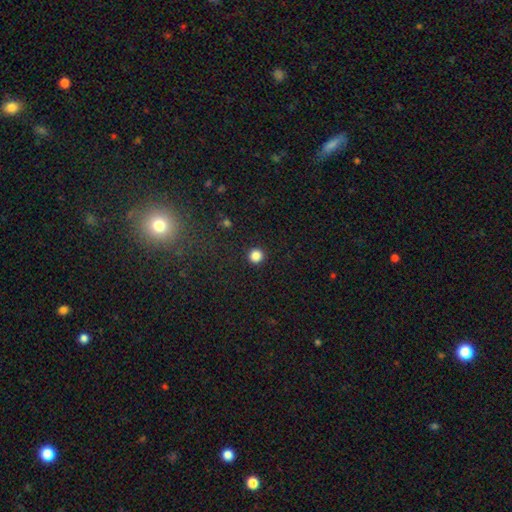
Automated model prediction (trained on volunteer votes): Overall: smooth (84%). How rounded: round (95%). Merging: none (93%).